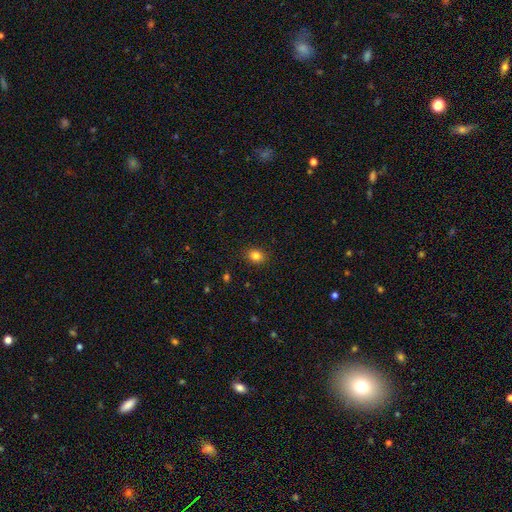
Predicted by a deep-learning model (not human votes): This appears to be a smooth galaxy with no disk features (83%) that is round (57%). Merging: none (89%).